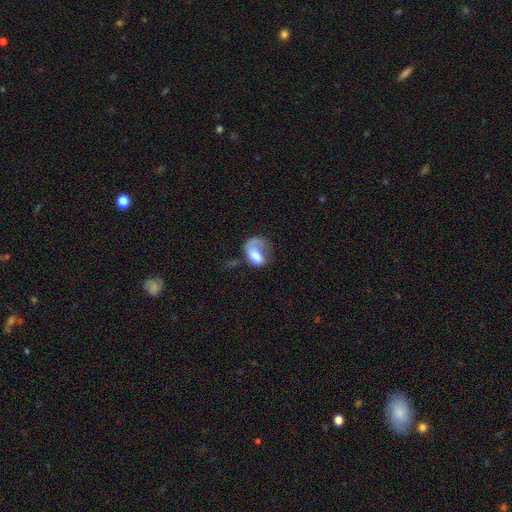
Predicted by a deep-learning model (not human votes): Smooth or featured? Predicted: smooth (p=0.51). How rounded? Predicted: in between (p=0.72). Merging? Predicted: major disturbance (p=0.52).